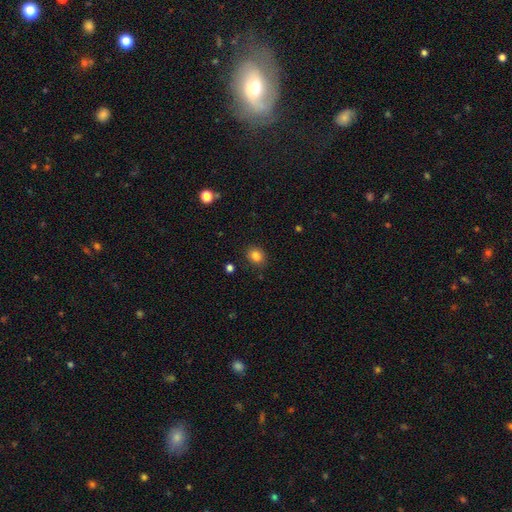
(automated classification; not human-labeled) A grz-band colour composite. It shows a smooth galaxy with no disk features (84%) that is round (57%). Merging: none (83%).